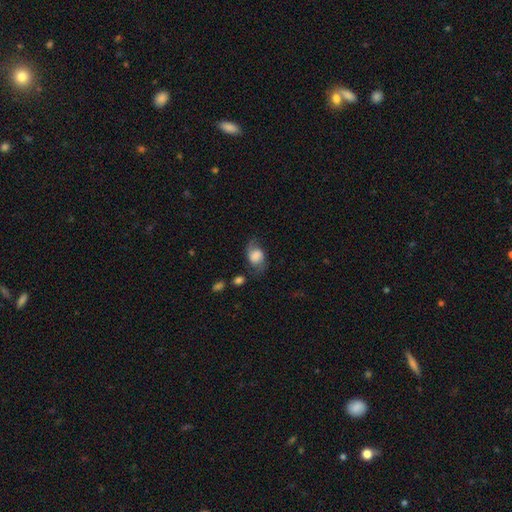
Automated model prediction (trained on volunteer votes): Smooth or featured? Predicted: smooth (p=0.50). Merging? Predicted: none (p=0.54).